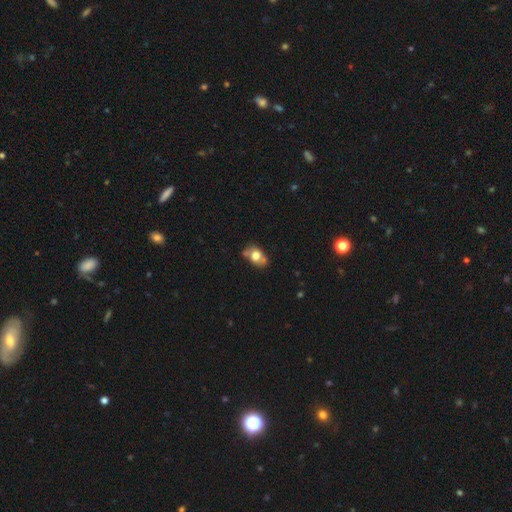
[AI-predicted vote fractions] Smooth or featured? Predicted: smooth (p=0.62). How rounded? Predicted: in between (p=0.79). Merging? Predicted: none (p=0.55).